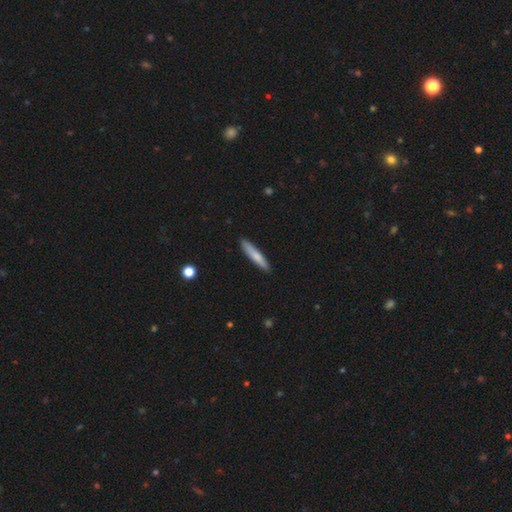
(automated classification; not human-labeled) Overall: smooth (73%). How rounded: cigar-shaped (91%). Merging: none (90%).